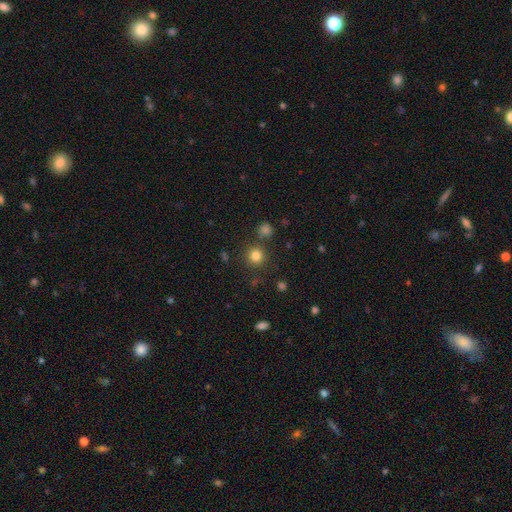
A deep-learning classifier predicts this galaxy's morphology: A smooth galaxy with no disk features (81%) that is round (93%). Merging: none (83%).